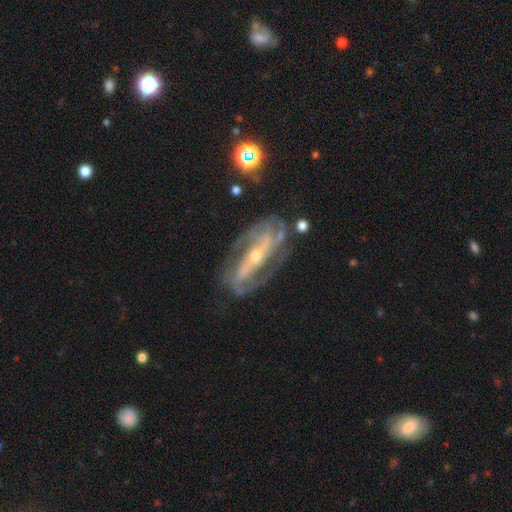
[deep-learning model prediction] Q: Smooth or featured?
A: featured or disk (89%); runner-up: smooth (6%)
Q: Edge-on disk?
A: no (90%); runner-up: yes (10%)
Q: Bar?
A: strong (59%); runner-up: weak (21%)
Q: Spiral arms?
A: yes (94%); runner-up: no (6%)
Q: Spiral winding?
A: medium (43%); runner-up: tight (40%)
Q: Spiral arm count?
A: 2 (74%); runner-up: can't tell (11%)
Q: Bulge size?
A: small (60%); runner-up: moderate (36%)
Q: Merging?
A: none (71%); runner-up: minor disturbance (17%)